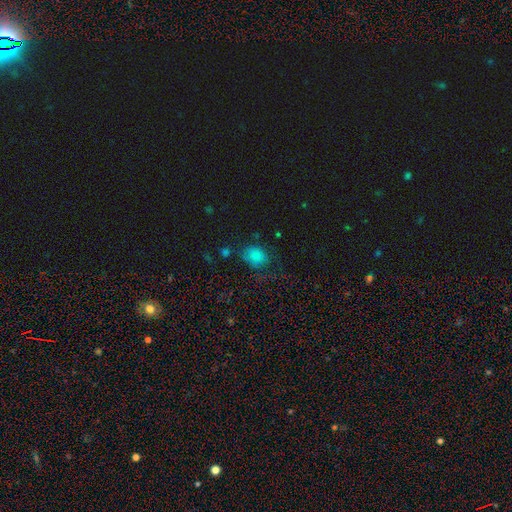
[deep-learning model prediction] Smooth or featured? smooth (75%)
How rounded? in between (53%)
Merging? none (58%)